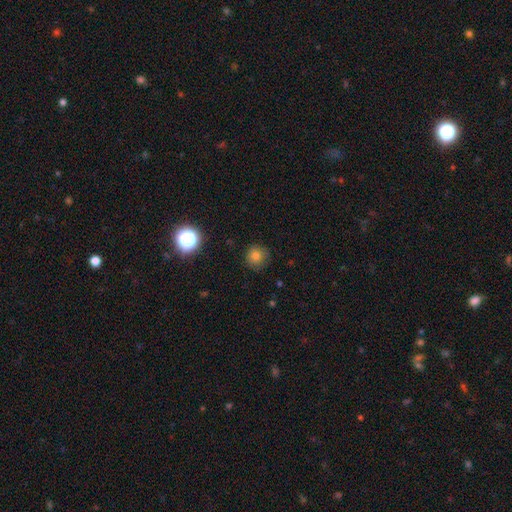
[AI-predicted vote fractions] A smooth galaxy with no disk features (77%) that is round (93%).

Vote fractions:
- Smooth or featured? smooth: 77% / star or artifact: 15% / featured or disk: 8%
- How rounded? round: 93% / in between: 6% / cigar-shaped: 1%
- Merging? none: 86% / minor disturbance: 11% / major disturbance: 3% / merger: 1%